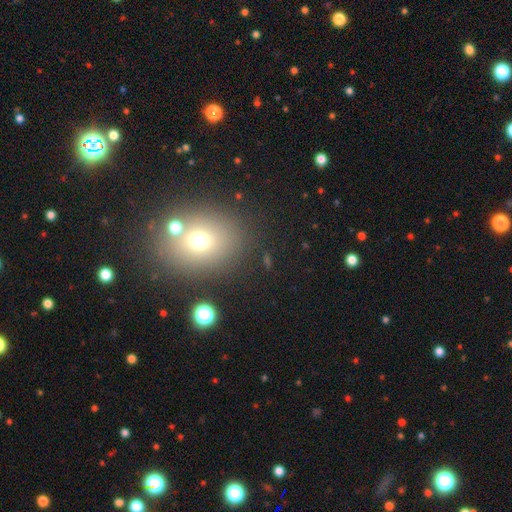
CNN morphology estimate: Smooth or featured?
  - smooth: 57% *
  - star or artifact: 30%
  - featured or disk: 14%
How rounded?
  - in between: 50% *
  - round: 48%
  - cigar-shaped: 2%
Merging?
  - none: 78% *
  - minor disturbance: 9%
  - merger: 9%
  - major disturbance: 4%